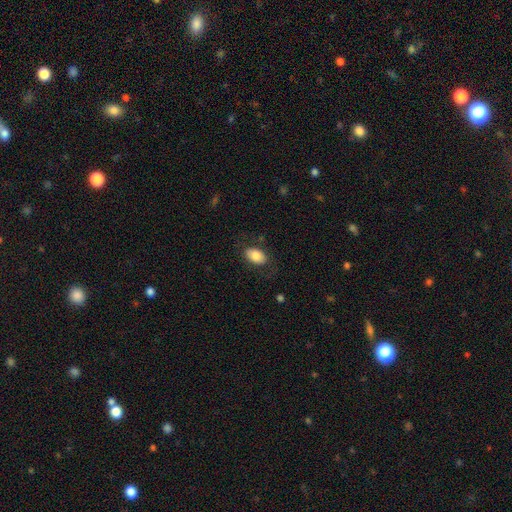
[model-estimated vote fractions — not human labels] smooth_or_featured: smooth (p=0.81) [alt: featured or disk p=0.13]
how_rounded: in between (p=0.88) [alt: round p=0.10]
merging: none (p=0.79) [alt: minor disturbance p=0.14]